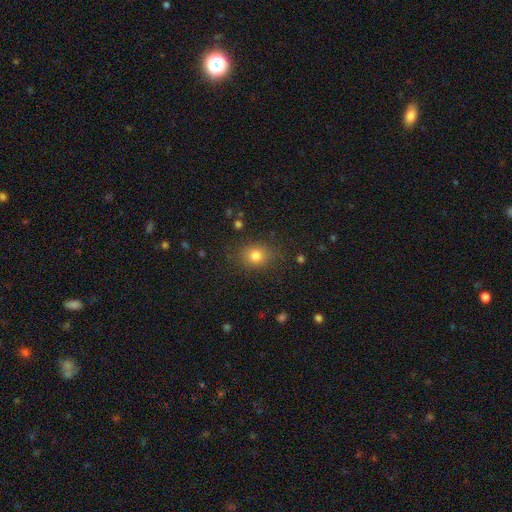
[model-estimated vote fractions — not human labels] A smooth galaxy with no disk features (80%) that is round (63%).

Vote fractions:
- Smooth or featured? smooth: 80% / star or artifact: 13% / featured or disk: 8%
- How rounded? round: 63% / in between: 36% / cigar-shaped: 1%
- Merging? none: 82% / minor disturbance: 12% / major disturbance: 4% / merger: 1%